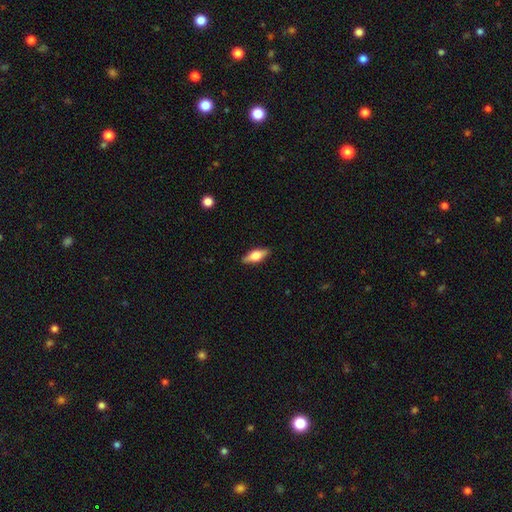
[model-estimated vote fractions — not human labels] smooth_or_featured: smooth (p=0.51) [alt: featured or disk p=0.43]
how_rounded: in between (p=0.68) [alt: cigar-shaped p=0.29]
merging: none (p=0.88) [alt: minor disturbance p=0.09]